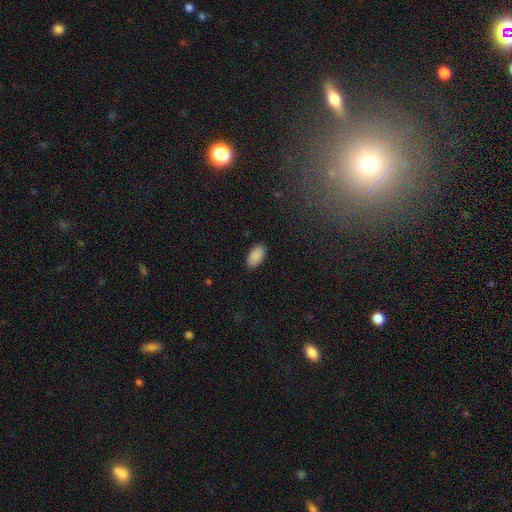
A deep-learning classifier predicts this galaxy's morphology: Smooth or featured? Predicted: smooth (p=0.90). How rounded? Predicted: in between (p=0.95). Merging? Predicted: none (p=0.87).